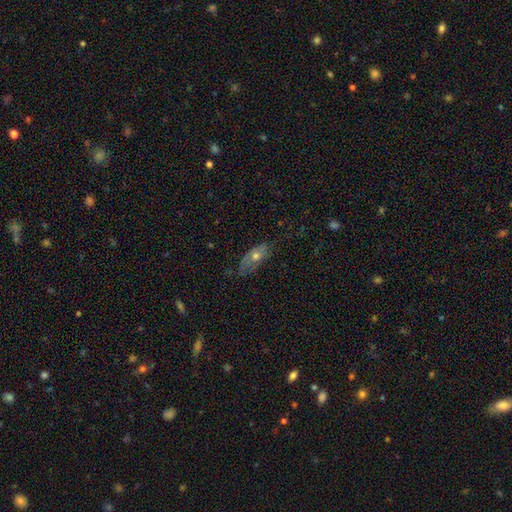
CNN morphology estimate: Smooth or featured: smooth — 49% (featured or disk — 43%)
Merging: none — 60% (minor disturbance — 29%)